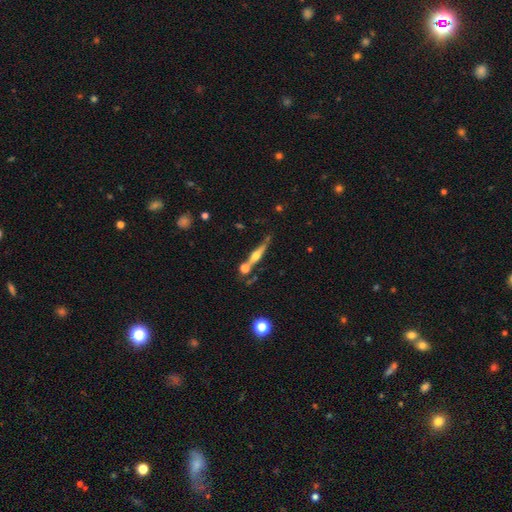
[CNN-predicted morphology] Smooth or featured?
  - featured or disk: 67% *
  - smooth: 25%
  - star or artifact: 8%
Edge-on disk?
  - yes: 95% *
  - no: 5%
Edge-on bulge?
  - rounded: 91% *
  - boxy: 5%
  - none: 4%
Merging?
  - none: 66% *
  - merger: 18%
  - minor disturbance: 12%
  - major disturbance: 4%